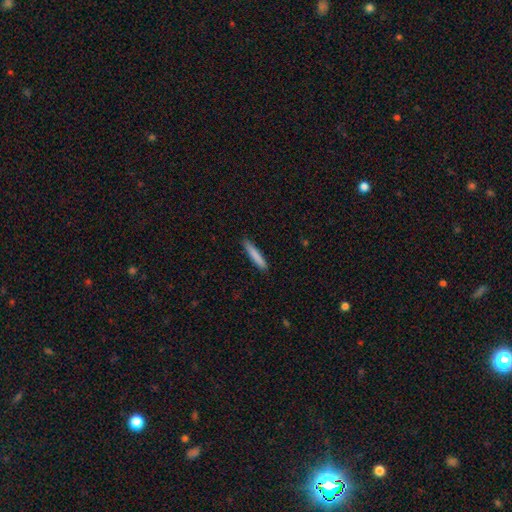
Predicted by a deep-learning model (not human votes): Smooth or featured? smooth (83%)
How rounded? cigar-shaped (93%)
Merging? none (88%)